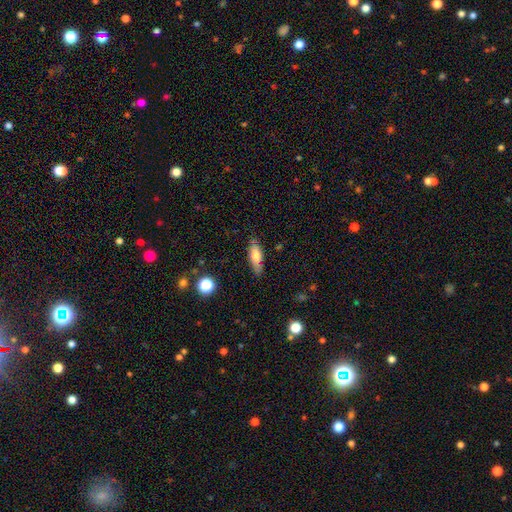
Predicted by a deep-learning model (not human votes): The model was most divided on "how rounded": in between: 60%, cigar-shaped: 37%, round: 3%. More confident: merging — none (76%); smooth or featured — smooth (71%).